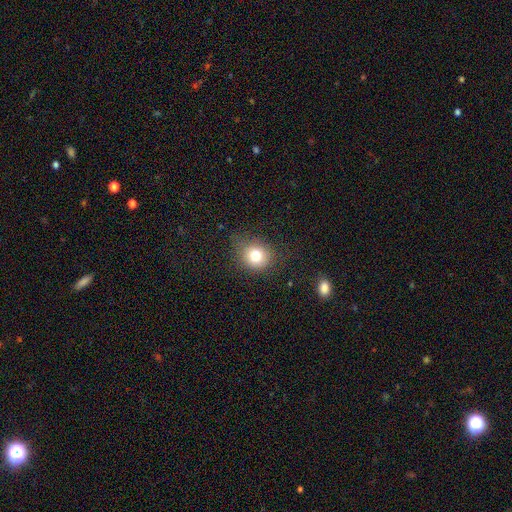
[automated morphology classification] Q: Smooth or featured?
A: smooth (76%); runner-up: star or artifact (13%)
Q: How rounded?
A: round (79%); runner-up: in between (20%)
Q: Merging?
A: none (74%); runner-up: minor disturbance (18%)